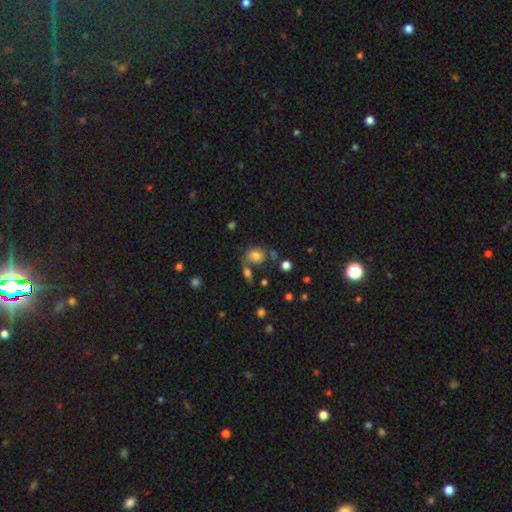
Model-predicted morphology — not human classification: Q: Smooth or featured?
A: smooth (70%); runner-up: featured or disk (17%)
Q: How rounded?
A: in between (52%); runner-up: round (47%)
Q: Merging?
A: none (46%); runner-up: merger (26%)